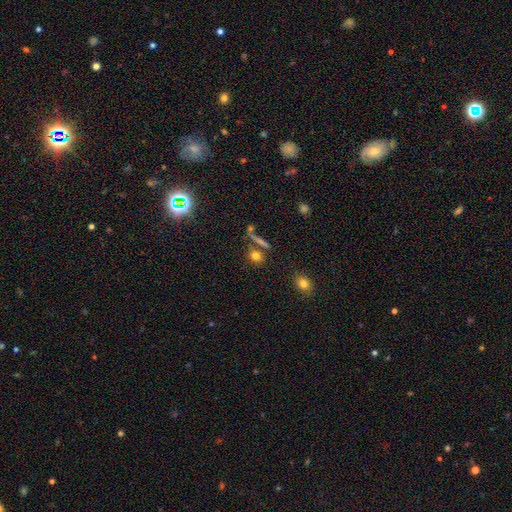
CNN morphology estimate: Q: Smooth or featured?
A: smooth (74%); runner-up: star or artifact (16%)
Q: How rounded?
A: round (68%); runner-up: in between (23%)
Q: Merging?
A: none (71%); runner-up: merger (15%)